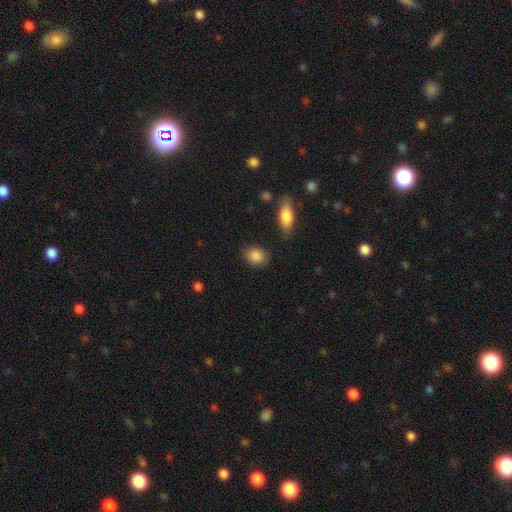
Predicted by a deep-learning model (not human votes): Overall: smooth (88%). How rounded: in between (54%; round 44%). Merging: none (80%).